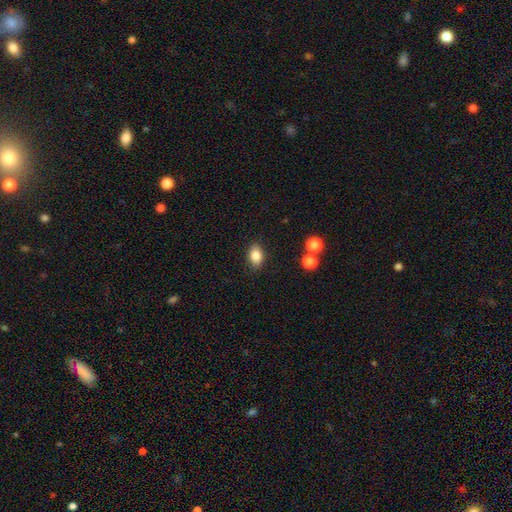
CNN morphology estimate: smooth_or_featured: smooth (p=0.84) [alt: star or artifact p=0.09]
how_rounded: in between (p=0.84) [alt: round p=0.14]
merging: none (p=0.86) [alt: minor disturbance p=0.10]